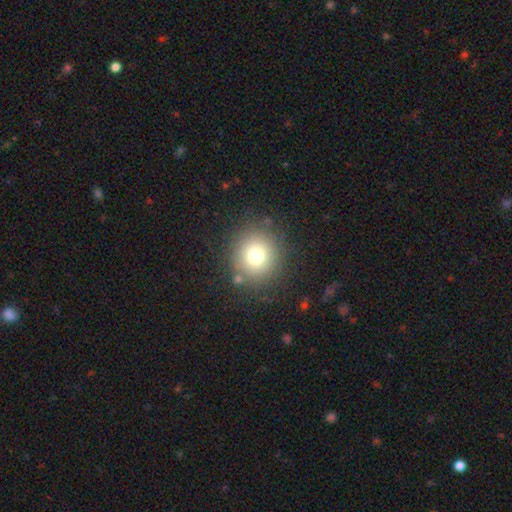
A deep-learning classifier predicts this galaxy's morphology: Smooth or featured? smooth (74%)
How rounded? round (92%)
Merging? none (84%)